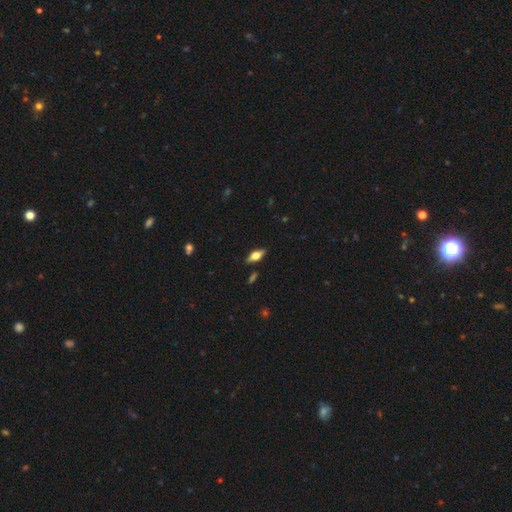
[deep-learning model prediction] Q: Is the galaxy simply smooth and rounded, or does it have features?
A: featured or disk — 47%.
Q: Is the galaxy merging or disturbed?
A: none — 87%.